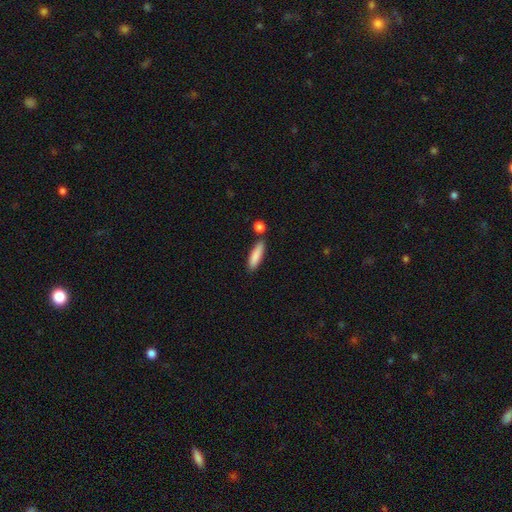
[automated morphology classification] smooth_or_featured: smooth (p=0.86) [alt: featured or disk p=0.08]
how_rounded: cigar-shaped (p=0.68) [alt: in between p=0.30]
merging: none (p=0.78) [alt: minor disturbance p=0.12]